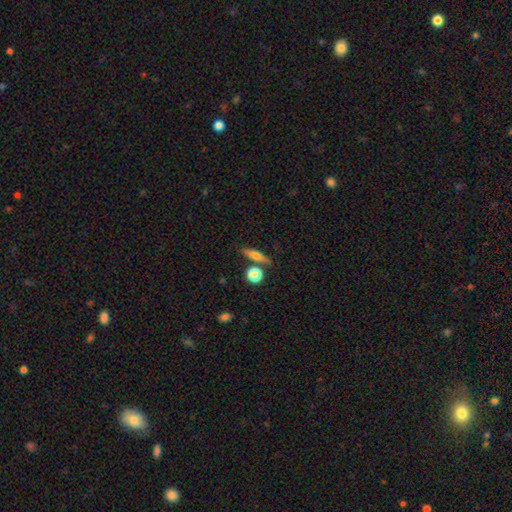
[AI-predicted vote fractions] smooth-or-featured: smooth: 59% | featured or disk: 32% | star or artifact: 10%
  how-rounded: cigar-shaped: 65% | in between: 23% | round: 12%
  merging: none: 76% | minor disturbance: 11% | merger: 10% | major disturbance: 3%